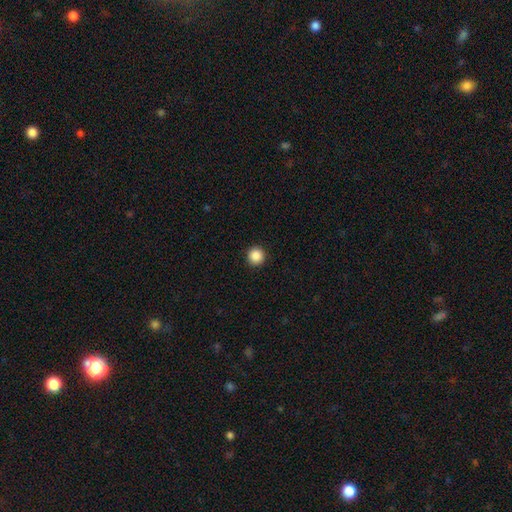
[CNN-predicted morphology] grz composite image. It shows a smooth galaxy with no disk features (88%) that is round (96%). Merging: none (94%).